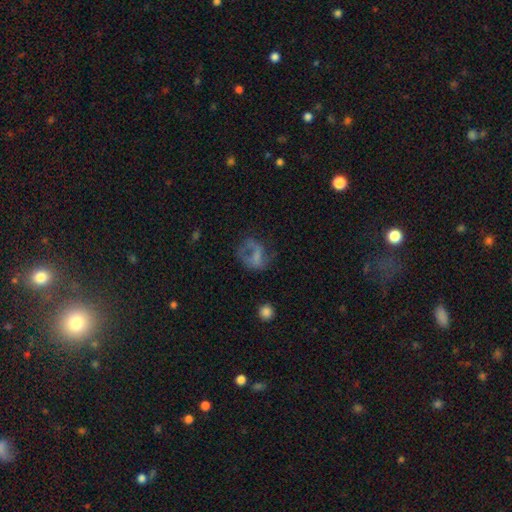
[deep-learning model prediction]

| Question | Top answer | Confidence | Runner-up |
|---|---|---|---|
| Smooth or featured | featured or disk | 43% | smooth (42%) |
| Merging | major disturbance | 40% | none (35%) |